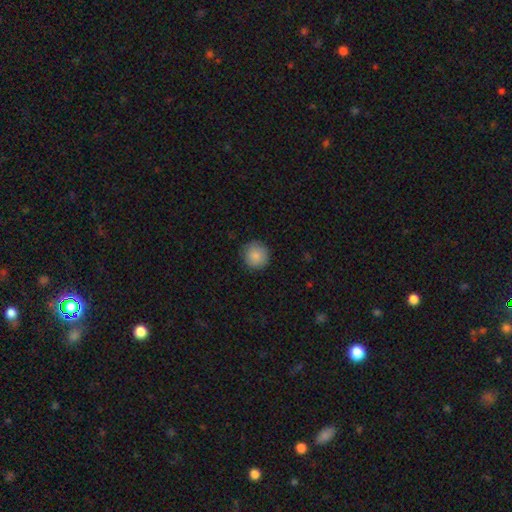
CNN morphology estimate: smooth_or_featured: smooth (p=0.87) [alt: star or artifact p=0.08]
how_rounded: round (p=0.94) [alt: in between p=0.06]
merging: none (p=0.86) [alt: minor disturbance p=0.11]